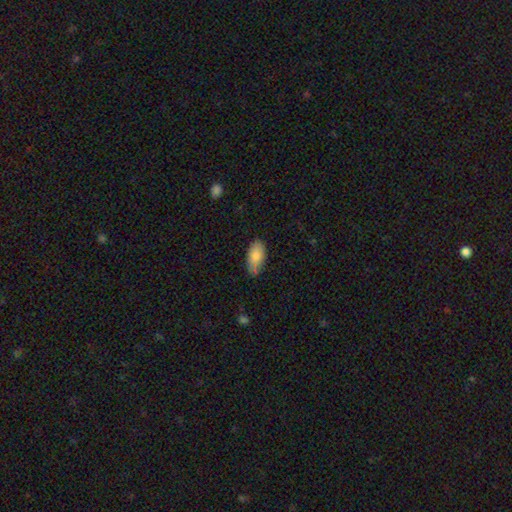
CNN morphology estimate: smooth_or_featured: smooth (p=0.83) [alt: featured or disk p=0.11]
how_rounded: in between (p=0.92) [alt: cigar-shaped p=0.05]
merging: none (p=0.72) [alt: minor disturbance p=0.22]